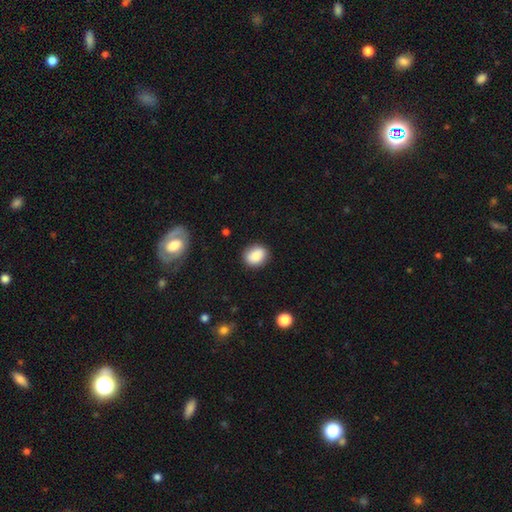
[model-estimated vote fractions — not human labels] Smooth or featured: smooth — 84% (star or artifact — 9%)
How rounded: round — 63% (in between — 36%)
Merging: none — 86% (minor disturbance — 10%)